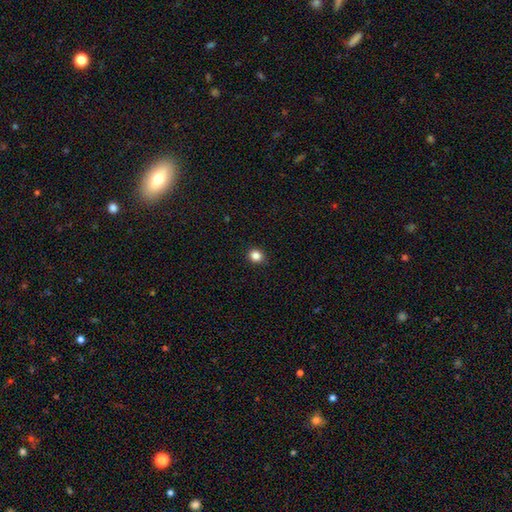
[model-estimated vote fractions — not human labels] This appears to be a smooth galaxy with no disk features (85%) that is round (78%). Merging: none (92%).